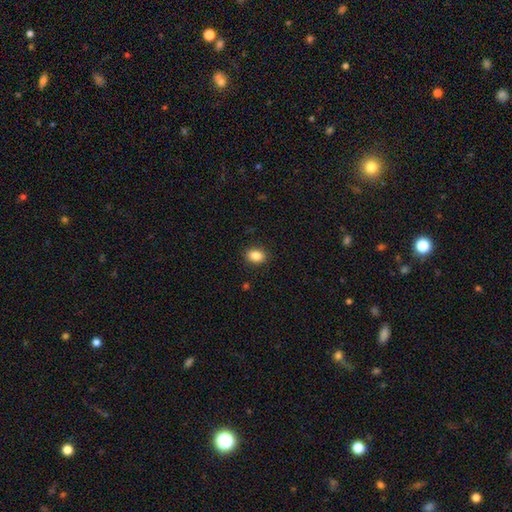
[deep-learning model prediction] smooth-or-featured: smooth: 87% | star or artifact: 9% | featured or disk: 4%
  how-rounded: in between: 70% | round: 29% | cigar-shaped: 1%
  merging: none: 89% | minor disturbance: 8% | major disturbance: 2% | merger: 1%